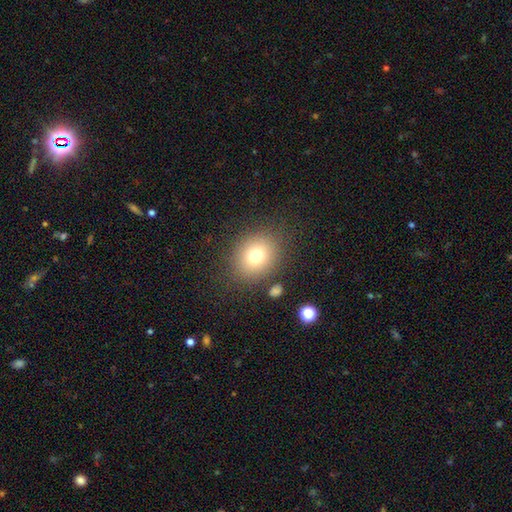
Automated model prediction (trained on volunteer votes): smooth 76%, star or artifact 13%, featured or disk 11%. Down the decision tree: how rounded — round (62%); merging — none (82%).